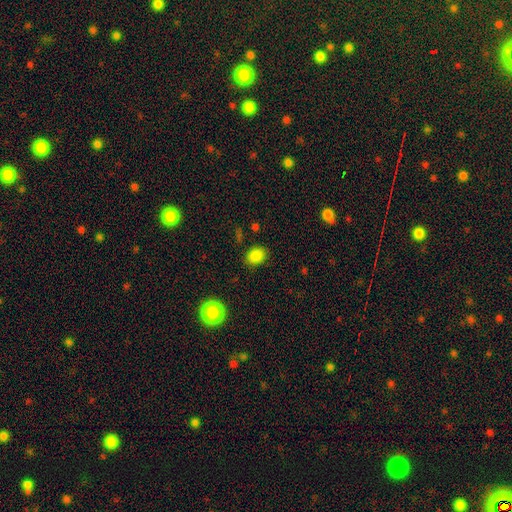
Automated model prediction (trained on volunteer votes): Smooth or featured? Predicted: smooth (p=0.84). How rounded? Predicted: in between (p=0.56). Merging? Predicted: none (p=0.83).